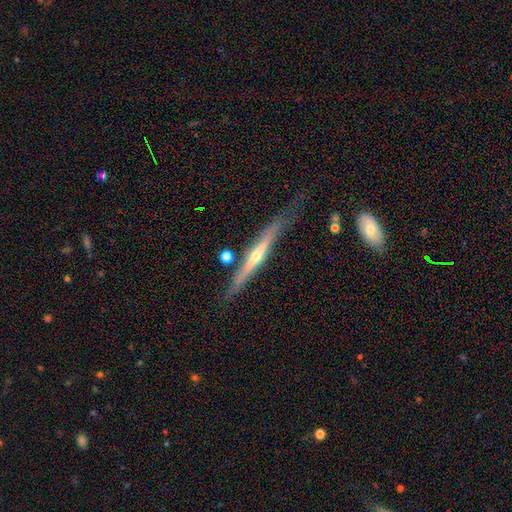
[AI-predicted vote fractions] smooth-or-featured: featured or disk: 73% | smooth: 21% | star or artifact: 6%
  disk-edge-on: yes: 96% | no: 4%
    edge-on-bulge: rounded: 70% | none: 24% | boxy: 5%
  merging: none: 73% | minor disturbance: 19% | major disturbance: 4% | merger: 4%